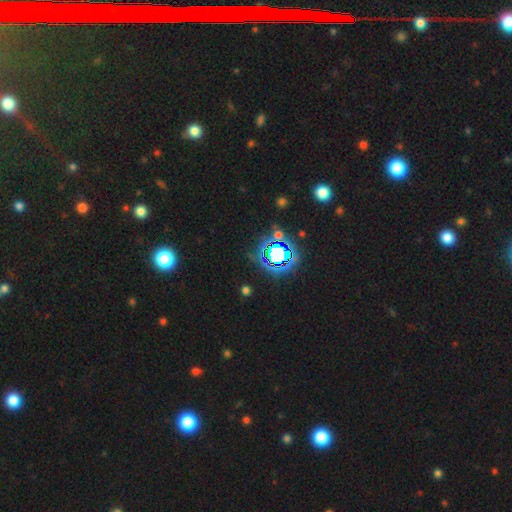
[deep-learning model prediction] smooth-or-featured: star or artifact: 79% | smooth: 13% | featured or disk: 8%